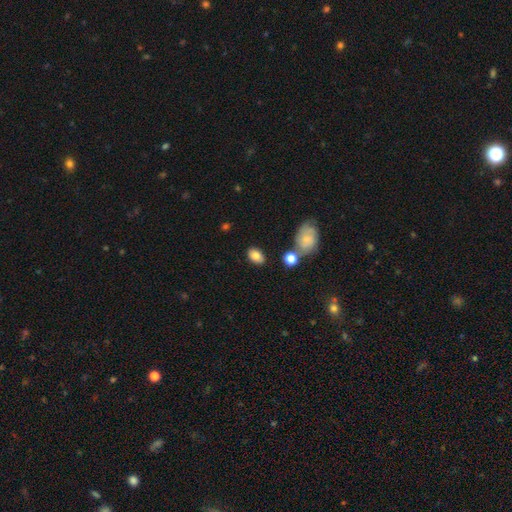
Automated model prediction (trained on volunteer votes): Q: Smooth or featured?
A: smooth (81%); runner-up: featured or disk (11%)
Q: How rounded?
A: in between (86%); runner-up: round (13%)
Q: Merging?
A: none (79%); runner-up: minor disturbance (12%)